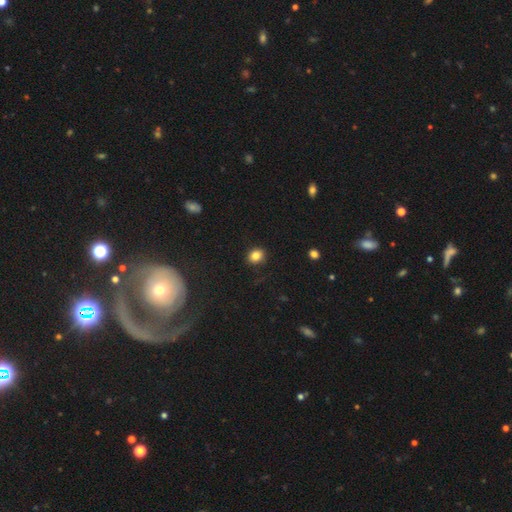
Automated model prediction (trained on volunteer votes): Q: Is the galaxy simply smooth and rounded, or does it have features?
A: smooth — 83%.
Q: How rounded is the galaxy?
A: round — 63%.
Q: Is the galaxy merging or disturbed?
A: none — 86%.